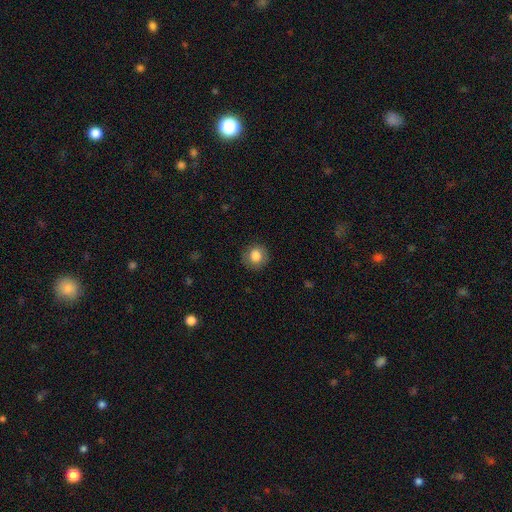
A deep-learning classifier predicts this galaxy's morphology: Smooth or featured: smooth — 83% (star or artifact — 9%)
How rounded: round — 89% (in between — 10%)
Merging: none — 86% (minor disturbance — 10%)